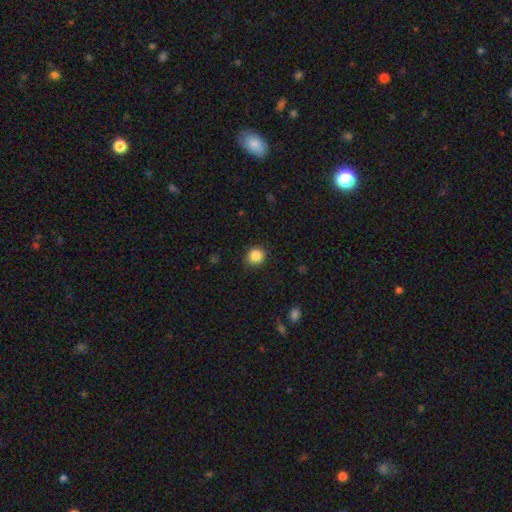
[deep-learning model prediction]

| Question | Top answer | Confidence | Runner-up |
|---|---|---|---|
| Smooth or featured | smooth | 87% | star or artifact (10%) |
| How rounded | round | 88% | in between (11%) |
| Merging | none | 89% | minor disturbance (7%) |